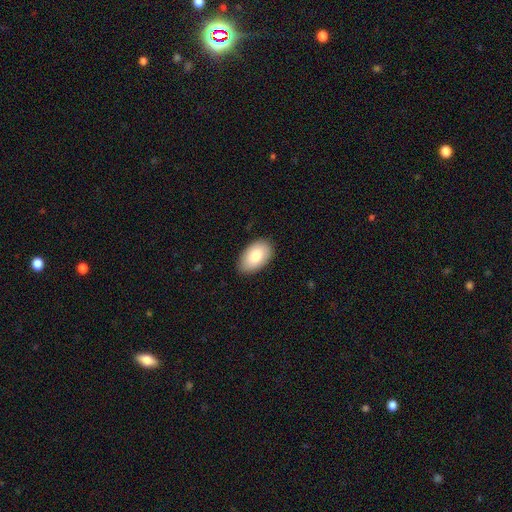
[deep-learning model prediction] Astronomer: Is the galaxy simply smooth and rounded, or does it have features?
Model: smooth — 83%.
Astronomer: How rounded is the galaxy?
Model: in between — 94%.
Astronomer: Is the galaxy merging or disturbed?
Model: none — 85%.